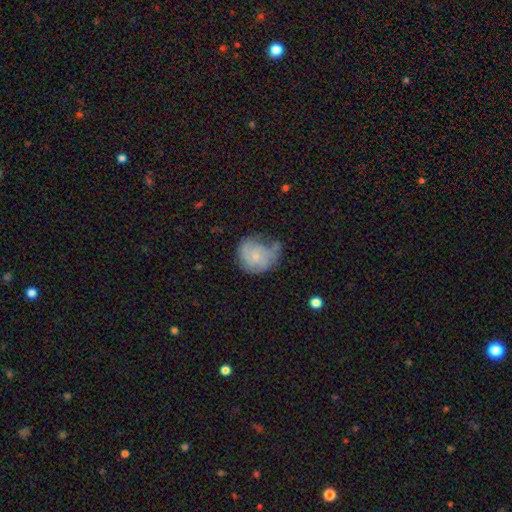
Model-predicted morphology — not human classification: The model was most divided on "merging": none: 38%, minor disturbance: 33%, major disturbance: 20%, merger: 8%. Remaining: smooth or featured — featured or disk (50%).